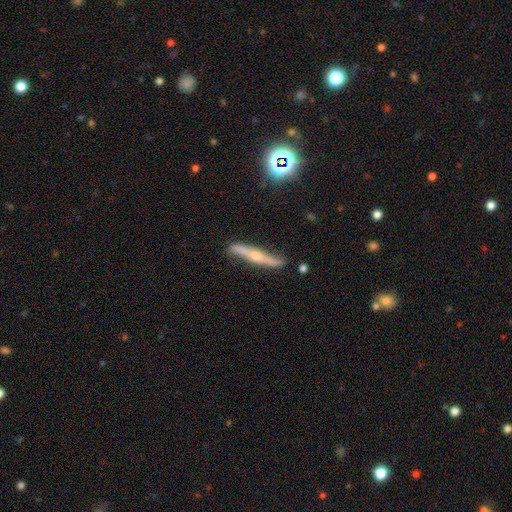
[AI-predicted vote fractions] Morphology: type=featured or disk (65%); edge-on=yes (88%); edge-on bulge=rounded (82%); merging=none (81%).